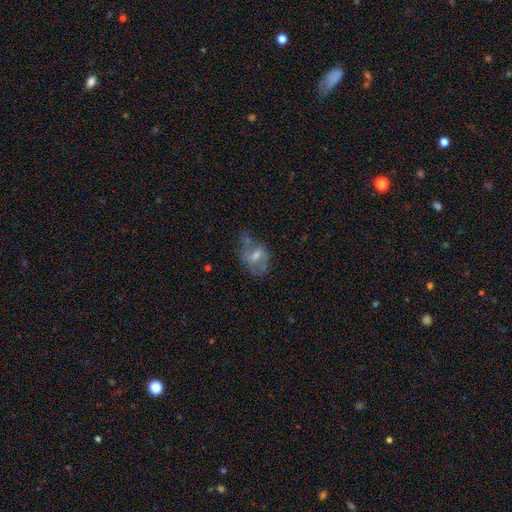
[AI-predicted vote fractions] This appears to be a featured or disk galaxy (49%). Merging: none (41%).